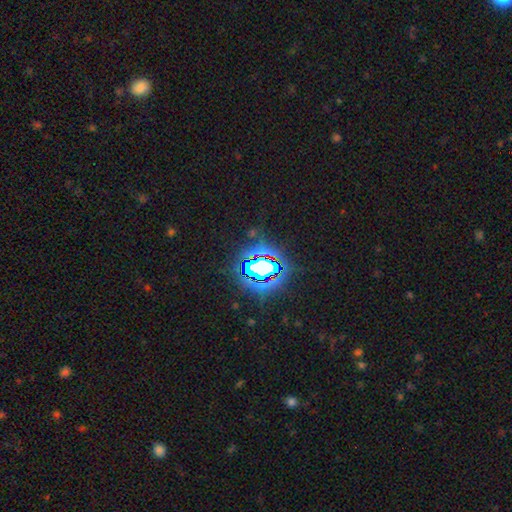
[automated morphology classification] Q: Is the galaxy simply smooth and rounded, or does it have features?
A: star or artifact — 83%.